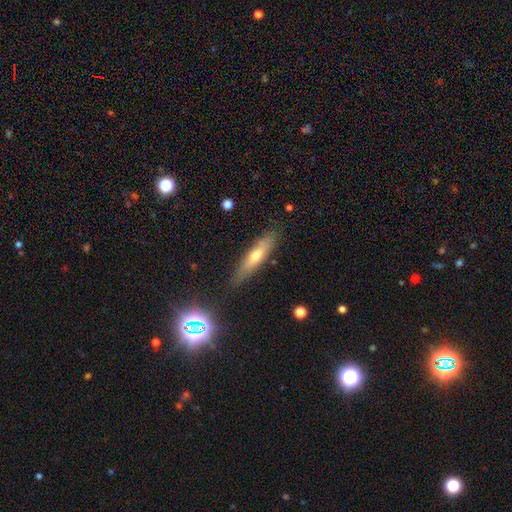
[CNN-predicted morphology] A smooth galaxy with no disk features (49%).

Vote fractions:
- Smooth or featured? smooth: 49% / featured or disk: 43% / star or artifact: 8%
- Merging? none: 81% / minor disturbance: 14% / major disturbance: 3% / merger: 2%